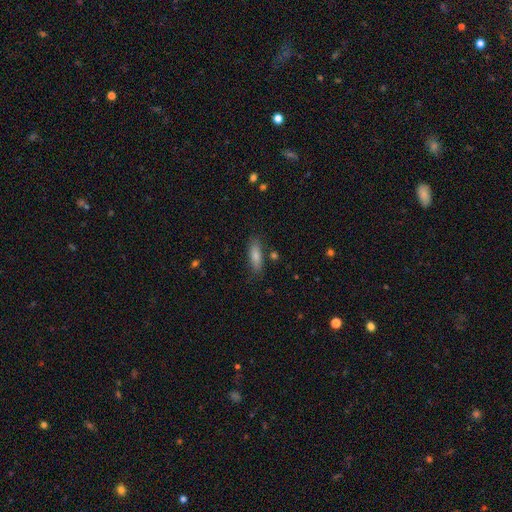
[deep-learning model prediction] Morphology: type=smooth (81%); roundness=in between (55%); merging=none (78%).